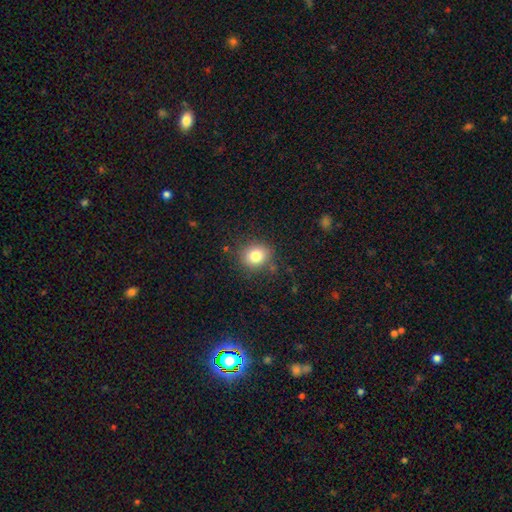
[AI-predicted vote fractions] Morphology: type=smooth (81%); roundness=round (80%); merging=none (84%).